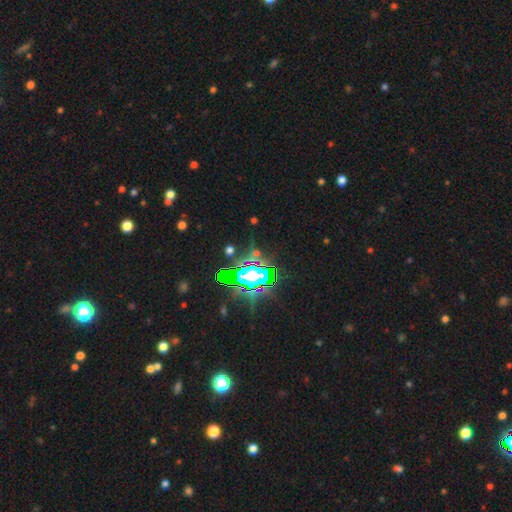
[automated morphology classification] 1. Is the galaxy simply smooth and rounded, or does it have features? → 69% star or artifact, 16% smooth, 15% featured or disk.